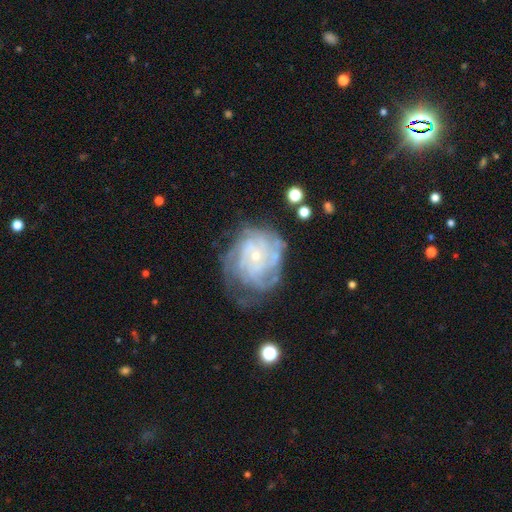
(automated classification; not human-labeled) A featured or disk galaxy (81%) with no bar (76%), tight (67%) spiral arms (92%) and a small central bulge (78%).

Vote fractions:
- Smooth or featured? featured or disk: 81% / smooth: 11% / star or artifact: 8%
- Edge-on disk? no: 97% / yes: 3%
- Bar? no: 76% / weak: 20% / strong: 4%
- Spiral arms? yes: 92% / no: 8%
- Spiral winding? tight: 67% / medium: 26% / loose: 7%
- Spiral arm count? can't tell: 39% / 4: 22% / 3: 13% / more than 4: 12% / 2: 9% / 1: 5%
- Bulge size? small: 78% / moderate: 17% / none: 3% / large: 1% / dominant: 1%
- Merging? none: 61% / minor disturbance: 22% / major disturbance: 14% / merger: 2%